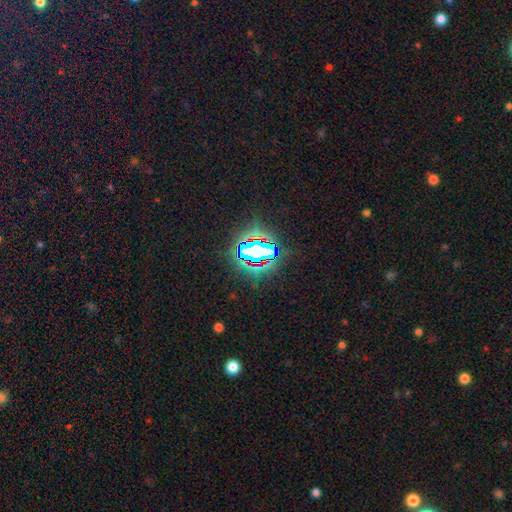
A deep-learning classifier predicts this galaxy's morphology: Smooth or featured? Predicted: star or artifact (p=0.74).